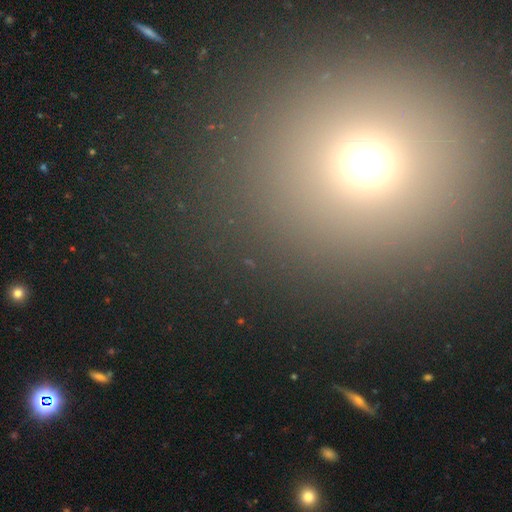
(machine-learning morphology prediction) Q: Smooth or featured?
A: smooth (58%); runner-up: star or artifact (33%)
Q: How rounded?
A: round (87%); runner-up: in between (12%)
Q: Merging?
A: none (87%); runner-up: minor disturbance (6%)